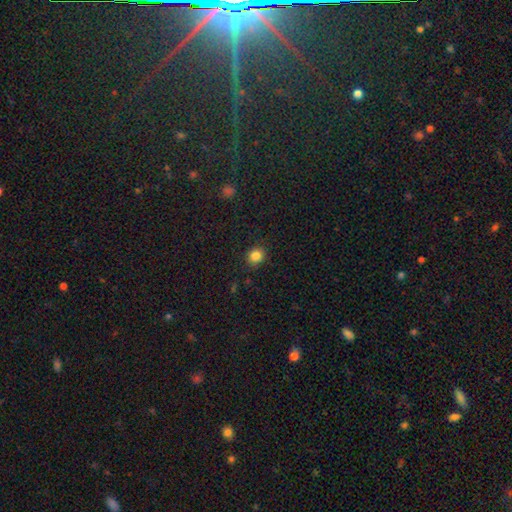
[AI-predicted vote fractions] The model was most divided on "how rounded": round: 76%, in between: 23%, cigar-shaped: 1%. More confident: merging — none (88%); smooth or featured — smooth (84%).